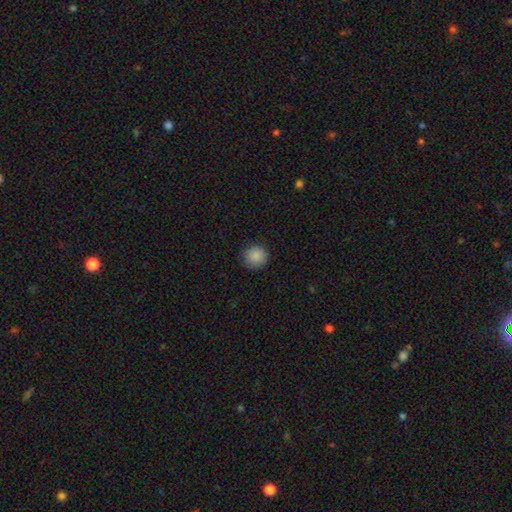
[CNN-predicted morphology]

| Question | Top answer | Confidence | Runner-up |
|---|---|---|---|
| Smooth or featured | smooth | 88% | star or artifact (9%) |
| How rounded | round | 92% | in between (7%) |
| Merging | none | 88% | minor disturbance (8%) |